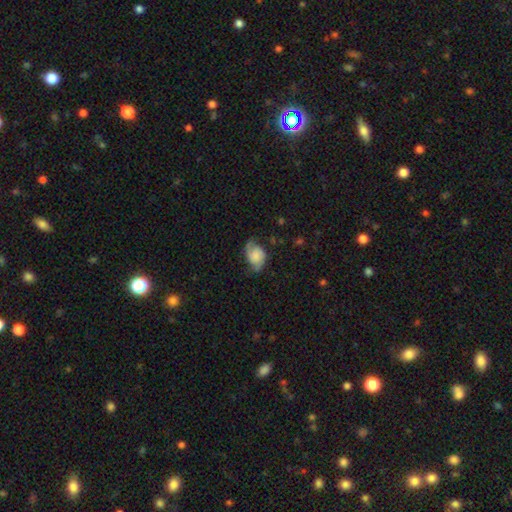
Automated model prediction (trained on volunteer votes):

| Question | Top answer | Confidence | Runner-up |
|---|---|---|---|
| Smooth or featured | featured or disk | 47% | smooth (45%) |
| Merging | none | 52% | minor disturbance (31%) |